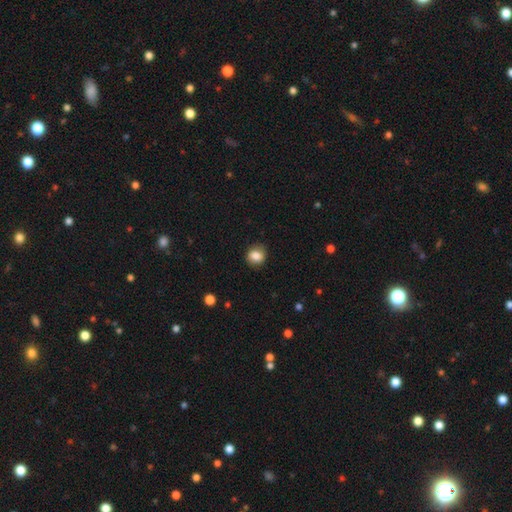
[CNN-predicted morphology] Q: Smooth or featured?
A: smooth (84%); runner-up: star or artifact (9%)
Q: How rounded?
A: round (74%); runner-up: in between (25%)
Q: Merging?
A: none (84%); runner-up: minor disturbance (12%)